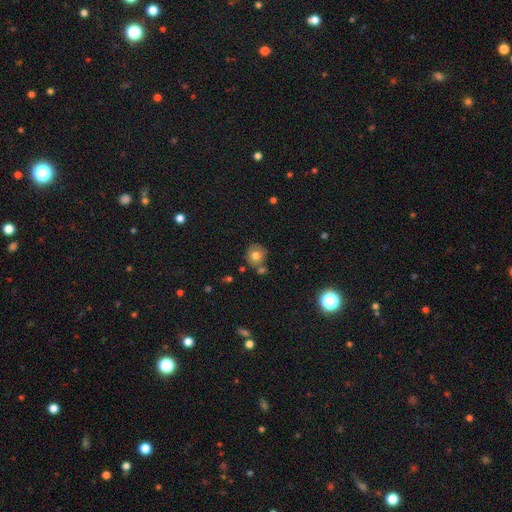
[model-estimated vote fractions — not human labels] smooth_or_featured: smooth (p=0.74) [alt: featured or disk p=0.15]
how_rounded: round (p=0.84) [alt: in between p=0.15]
merging: none (p=0.65) [alt: merger p=0.16]